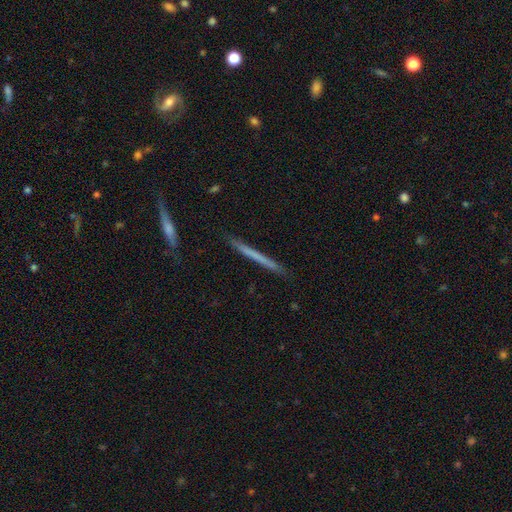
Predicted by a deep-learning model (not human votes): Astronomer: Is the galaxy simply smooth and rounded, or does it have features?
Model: smooth — 52% (runner-up: featured or disk, 43%).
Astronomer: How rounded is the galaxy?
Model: cigar-shaped — 97%.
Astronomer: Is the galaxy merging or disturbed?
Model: none — 88%.